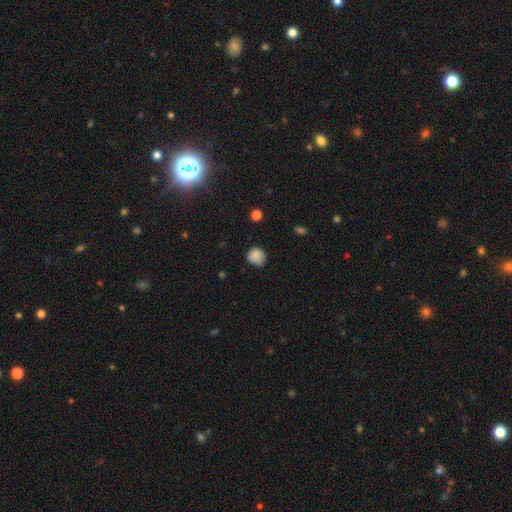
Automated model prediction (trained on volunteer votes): This appears to be a smooth galaxy with no disk features (85%) that is round (81%). Merging: none (68%).